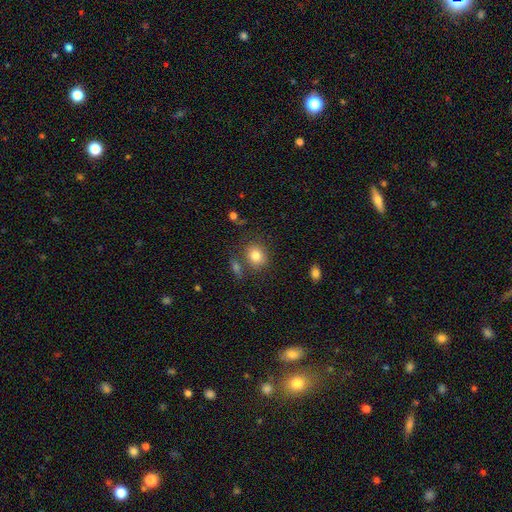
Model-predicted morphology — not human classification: This appears to be a smooth galaxy with no disk features (82%) that is round (66%). Merging: none (73%).